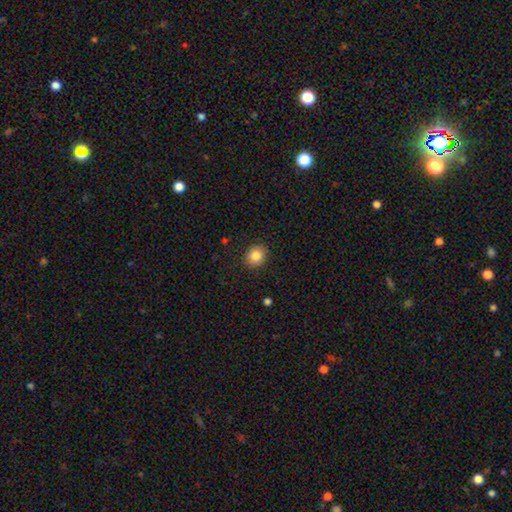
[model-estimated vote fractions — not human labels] smooth_or_featured: smooth (p=0.84) [alt: star or artifact p=0.09]
how_rounded: round (p=0.76) [alt: in between p=0.23]
merging: none (p=0.90) [alt: minor disturbance p=0.07]